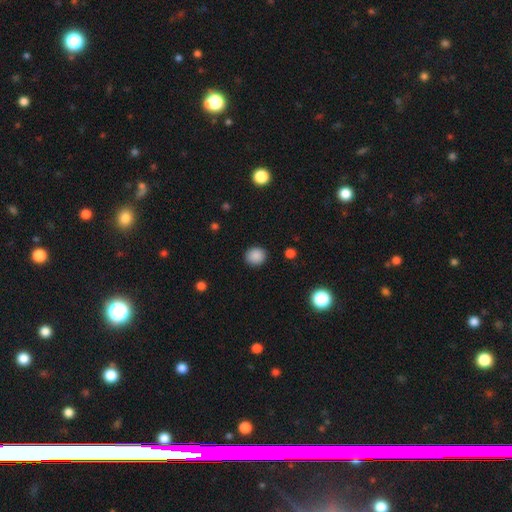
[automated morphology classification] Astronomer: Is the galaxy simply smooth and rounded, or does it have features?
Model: smooth — 88%.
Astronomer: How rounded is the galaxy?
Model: round — 80%.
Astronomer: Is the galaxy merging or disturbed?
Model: none — 89%.